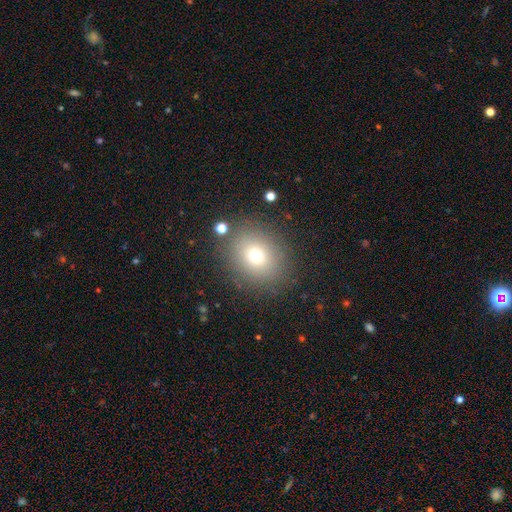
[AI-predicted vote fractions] A smooth galaxy with no disk features (72%) that is round (64%). Merging: none (83%).